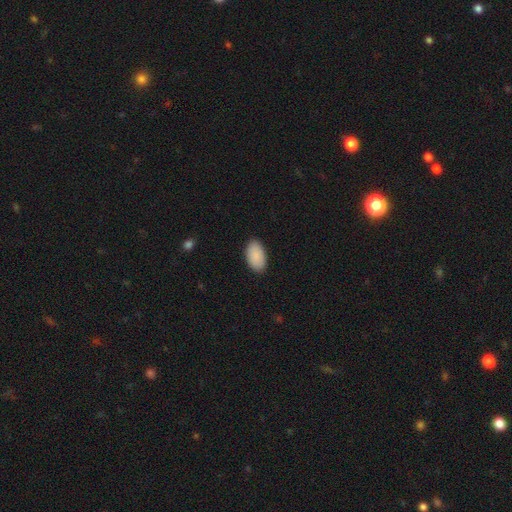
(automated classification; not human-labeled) smooth 91%, star or artifact 6%, featured or disk 4%. Down the decision tree: how rounded — in between (95%); merging — none (87%).